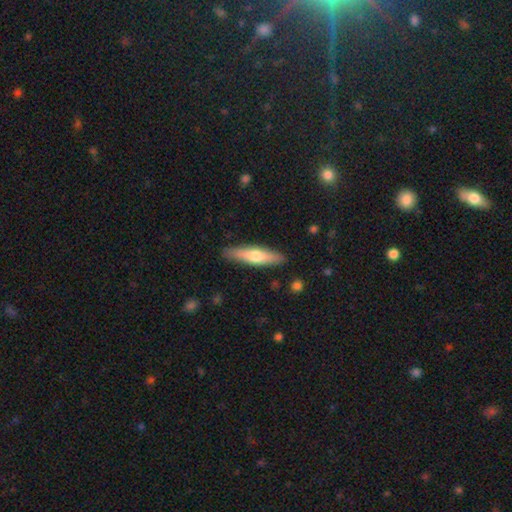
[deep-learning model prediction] Smooth or featured? Predicted: smooth (p=0.58). How rounded? Predicted: cigar-shaped (p=0.78). Merging? Predicted: none (p=0.88).